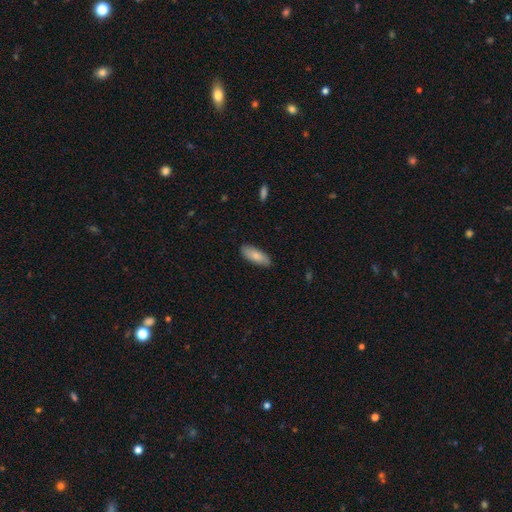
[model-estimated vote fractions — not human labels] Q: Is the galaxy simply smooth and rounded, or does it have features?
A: smooth — 81%.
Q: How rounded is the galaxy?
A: in between — 74%.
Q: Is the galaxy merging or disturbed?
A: none — 86%.